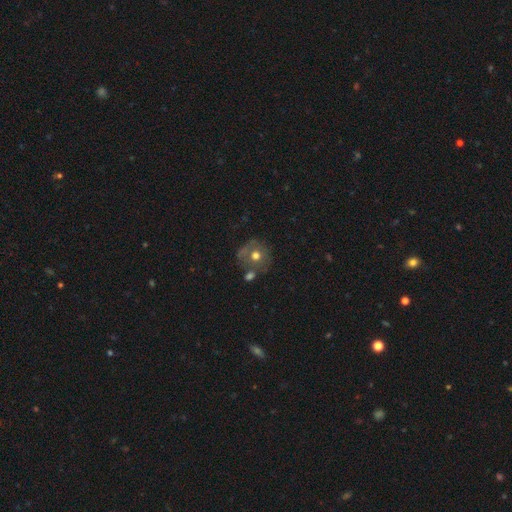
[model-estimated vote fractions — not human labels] This is possibly a smooth galaxy (58%). How rounded: clearly round (88%). Merging: possibly none (57%).